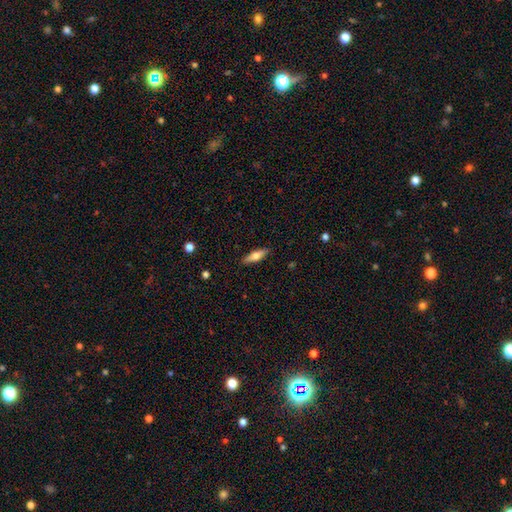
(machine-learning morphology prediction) Smooth or featured? Predicted: smooth (p=0.66). How rounded? Predicted: cigar-shaped (p=0.55). Merging? Predicted: none (p=0.89).